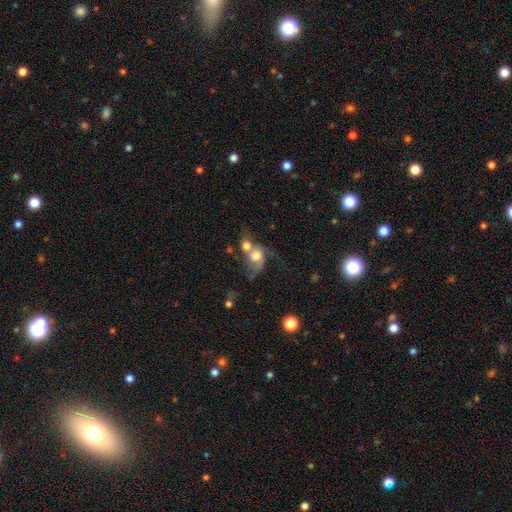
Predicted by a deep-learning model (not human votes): A smooth galaxy with no disk features (48%).

Vote fractions:
- Smooth or featured? smooth: 48% / featured or disk: 42% / star or artifact: 10%
- Merging? merger: 67% / major disturbance: 14% / none: 12% / minor disturbance: 7%